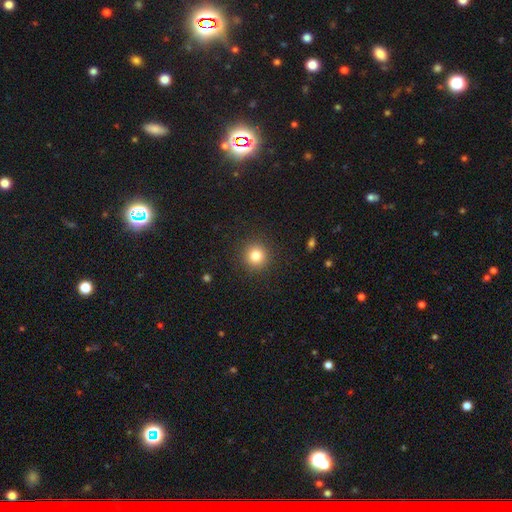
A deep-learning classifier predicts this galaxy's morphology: Overall: smooth (82%). How rounded: round (94%). Merging: none (91%).